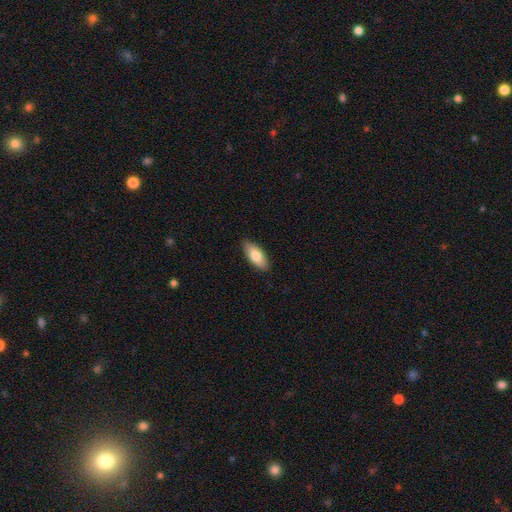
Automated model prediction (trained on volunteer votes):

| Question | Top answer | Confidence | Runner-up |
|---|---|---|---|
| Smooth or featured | smooth | 80% | featured or disk (14%) |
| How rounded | in between | 85% | cigar-shaped (13%) |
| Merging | none | 87% | minor disturbance (10%) |